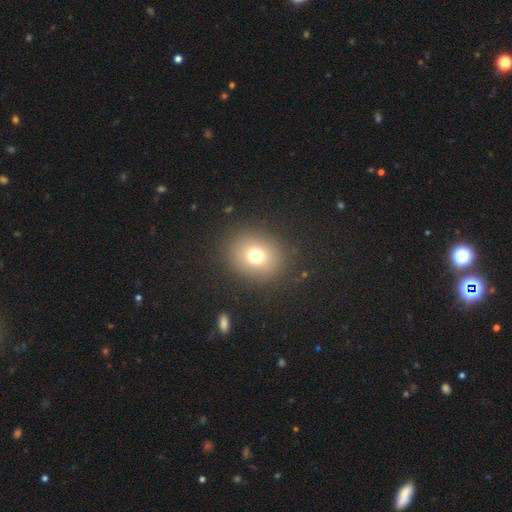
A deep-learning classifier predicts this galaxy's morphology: smooth_or_featured: smooth (p=0.73) [alt: star or artifact p=0.16]
how_rounded: round (p=0.73) [alt: in between p=0.26]
merging: none (p=0.87) [alt: minor disturbance p=0.08]